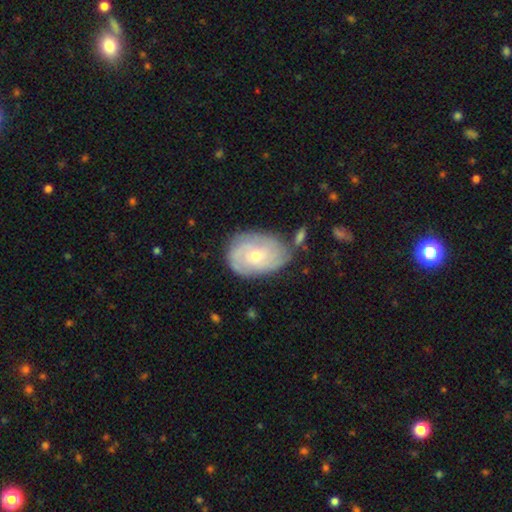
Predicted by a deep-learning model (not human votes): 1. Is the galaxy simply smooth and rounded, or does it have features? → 72% featured or disk, 22% smooth, 6% star or artifact.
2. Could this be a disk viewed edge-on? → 96% no, 4% yes.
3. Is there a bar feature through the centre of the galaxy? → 73% no, 24% weak, 4% strong.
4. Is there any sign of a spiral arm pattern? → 89% yes, 11% no.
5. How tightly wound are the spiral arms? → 64% tight, 27% medium, 9% loose.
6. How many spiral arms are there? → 36% can't tell, 23% 3, 18% 2, 13% 4, 5% more than 4, 5% 1.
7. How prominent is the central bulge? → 56% small, 41% moderate, 1% large, 1% none, 1% dominant.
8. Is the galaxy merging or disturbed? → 71% none, 19% minor disturbance, 5% major disturbance, 4% merger.